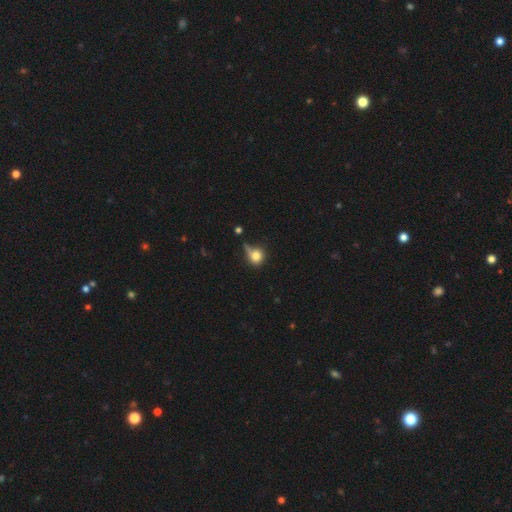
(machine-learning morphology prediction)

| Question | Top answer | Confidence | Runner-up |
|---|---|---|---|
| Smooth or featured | smooth | 75% | featured or disk (14%) |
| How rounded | round | 77% | in between (21%) |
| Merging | none | 40% | minor disturbance (29%) |